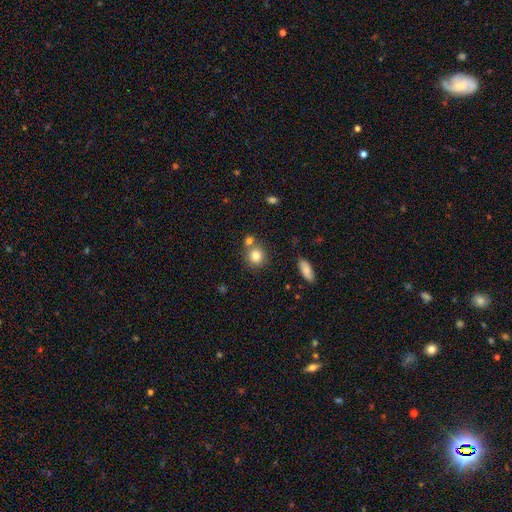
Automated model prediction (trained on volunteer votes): The model was most divided on "merging": none: 60%, merger: 27%, minor disturbance: 10%, major disturbance: 3%. More confident: how rounded — round (84%); smooth or featured — smooth (81%).